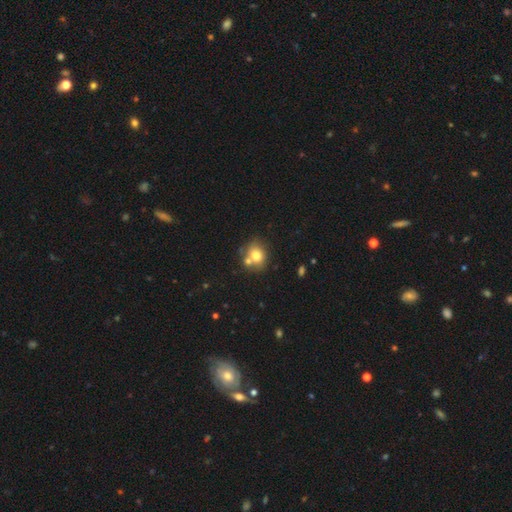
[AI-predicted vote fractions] Smooth or featured: smooth — 75% (featured or disk — 14%)
How rounded: round — 64% (in between — 35%)
Merging: none — 56% (merger — 27%)